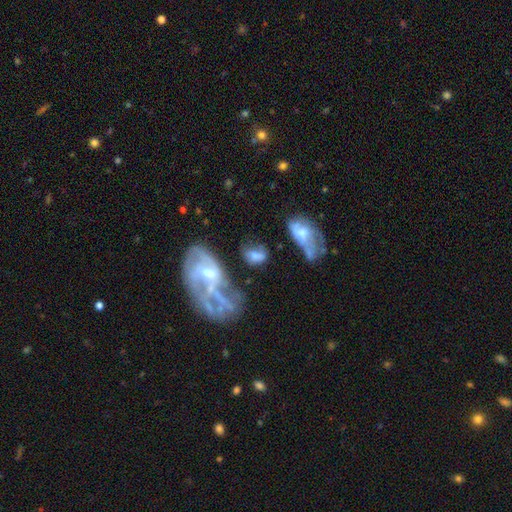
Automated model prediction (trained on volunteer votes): A smooth galaxy with no disk features (51%) that is in between round and cigar-shaped (76%). Merging: none (36%).